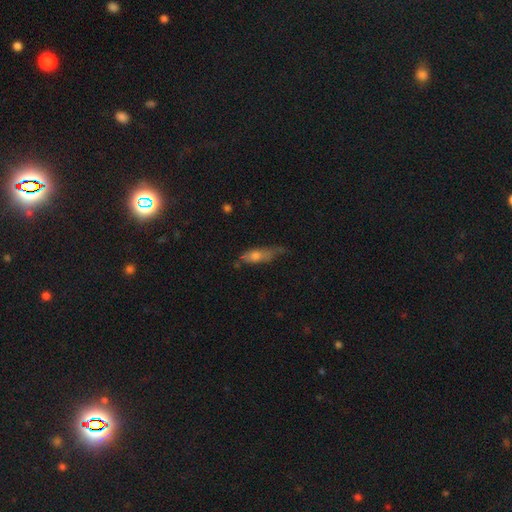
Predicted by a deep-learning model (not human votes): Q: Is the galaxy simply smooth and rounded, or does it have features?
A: smooth — 56%.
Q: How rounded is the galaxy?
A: in between — 49%.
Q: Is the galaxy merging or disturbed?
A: none — 40%.